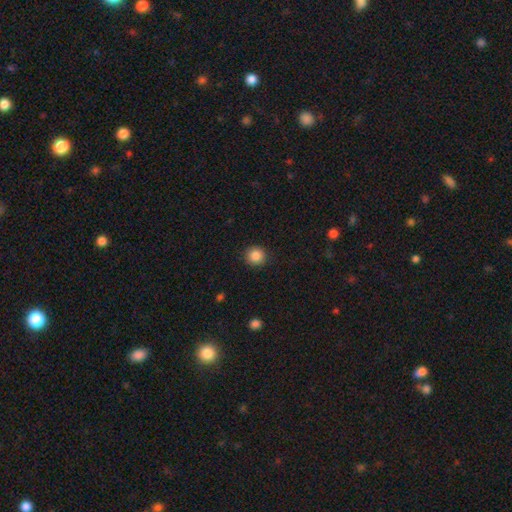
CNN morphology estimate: Smooth or featured? smooth (86%)
How rounded? round (93%)
Merging? none (90%)